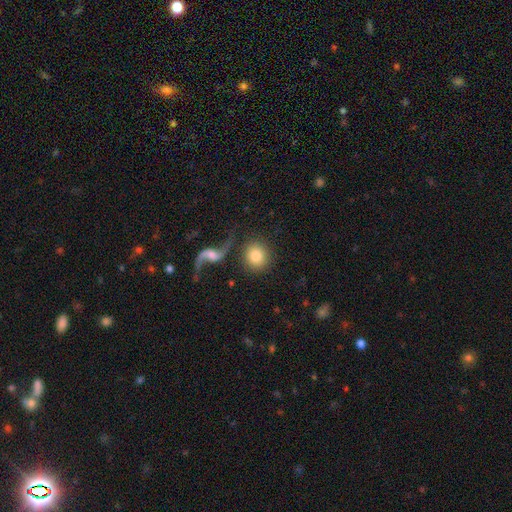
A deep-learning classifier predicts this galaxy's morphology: Smooth or featured: smooth — 75% (featured or disk — 18%)
How rounded: round — 87% (in between — 12%)
Merging: none — 73% (merger — 11%)